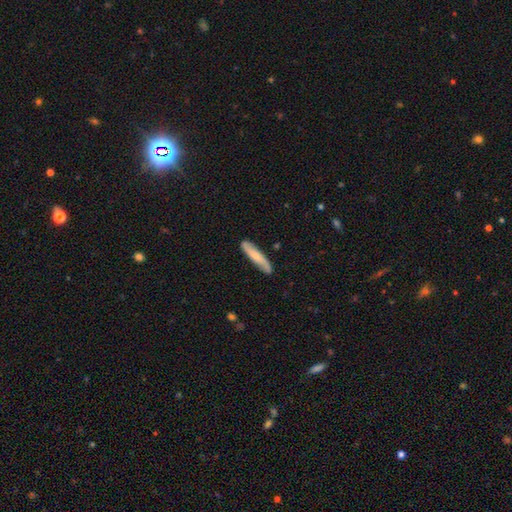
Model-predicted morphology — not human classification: Smooth or featured? Predicted: smooth (p=0.64). How rounded? Predicted: cigar-shaped (p=0.86). Merging? Predicted: none (p=0.82).